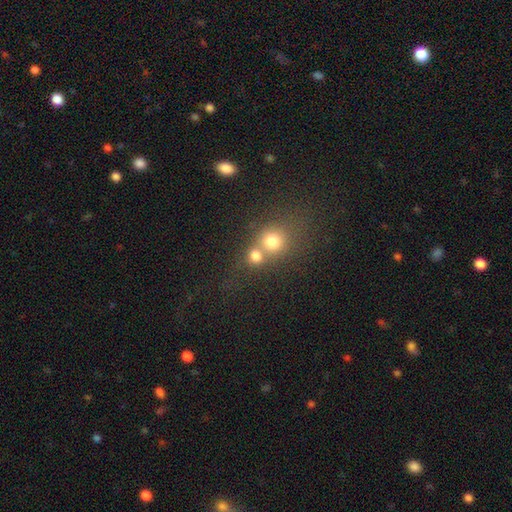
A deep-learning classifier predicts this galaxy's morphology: This is likely a smooth galaxy (74%). How rounded: clearly round (80%). Merging: possibly merger (56%).